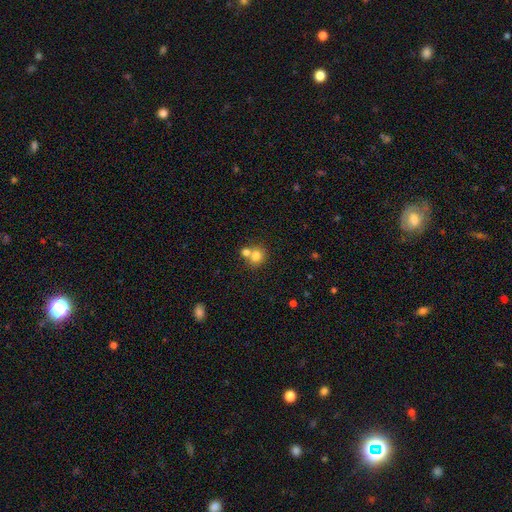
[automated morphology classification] Smooth or featured? Predicted: smooth (p=0.77). How rounded? Predicted: round (p=0.82). Merging? Predicted: merger (p=0.45, tied with none).